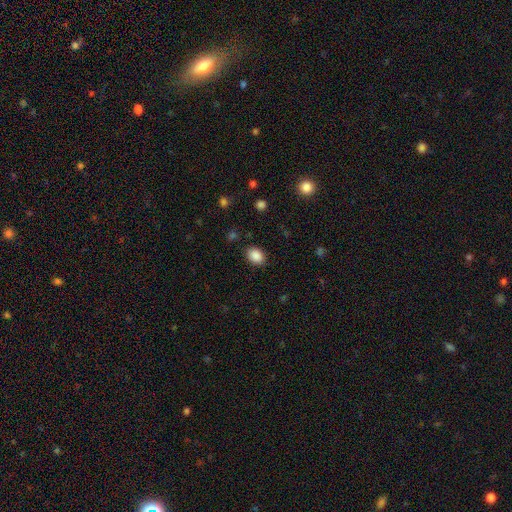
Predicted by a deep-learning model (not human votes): Smooth or featured?
  - smooth: 88% *
  - star or artifact: 9%
  - featured or disk: 3%
How rounded?
  - in between: 68% *
  - round: 31%
  - cigar-shaped: 1%
Merging?
  - none: 86% *
  - minor disturbance: 10%
  - major disturbance: 3%
  - merger: 1%